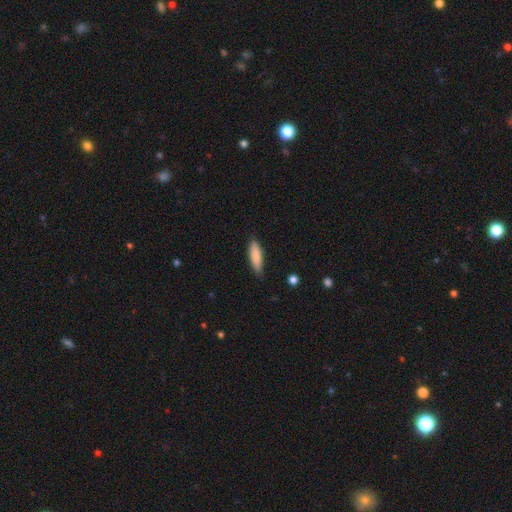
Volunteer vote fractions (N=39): smooth-or-featured: smooth: 77% | featured or disk: 15% | star or artifact: 8%
  how-rounded: cigar-shaped: 70% | in between: 30% | round: 0%
  merging: none: 89% | minor disturbance: 8% | major disturbance: 3% | merger: 0%